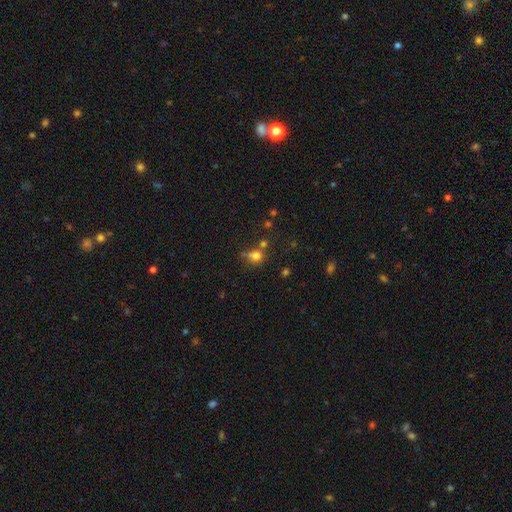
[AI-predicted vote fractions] smooth_or_featured: smooth (p=0.74) [alt: star or artifact p=0.17]
how_rounded: round (p=0.75) [alt: in between p=0.24]
merging: none (p=0.52) [alt: merger p=0.27]